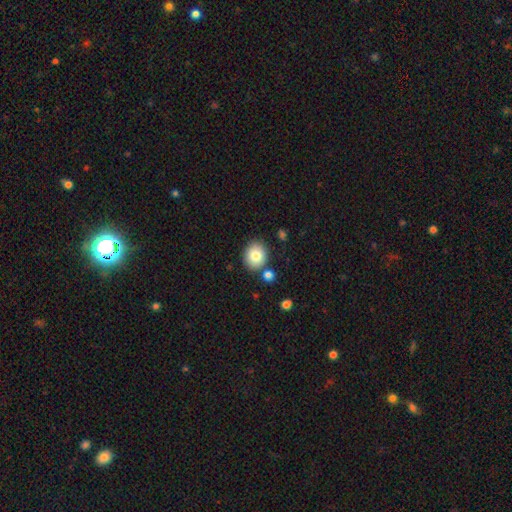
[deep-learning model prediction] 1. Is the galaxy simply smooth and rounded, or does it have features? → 82% smooth, 9% star or artifact, 9% featured or disk.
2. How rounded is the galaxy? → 66% round, 33% in between, 1% cigar-shaped.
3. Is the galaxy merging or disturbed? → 80% none, 9% minor disturbance, 8% merger, 2% major disturbance.